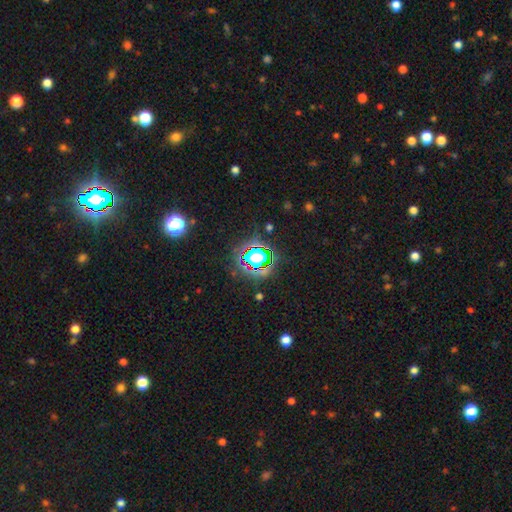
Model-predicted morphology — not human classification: Smooth or featured? star or artifact (79%)